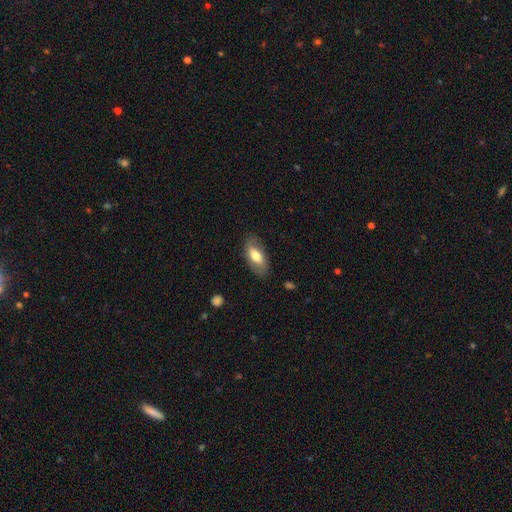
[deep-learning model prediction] The model was most divided on "smooth or featured": smooth: 63%, featured or disk: 30%, star or artifact: 6%. More confident: how rounded — in between (87%); merging — none (81%).